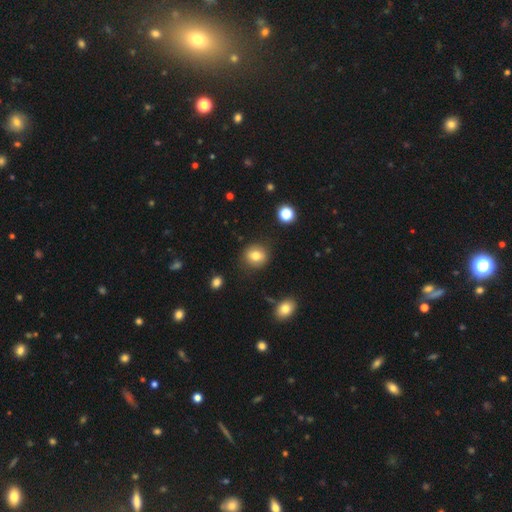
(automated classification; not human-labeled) Smooth or featured? Predicted: smooth (p=0.78). How rounded? Predicted: round (p=0.74). Merging? Predicted: none (p=0.84).